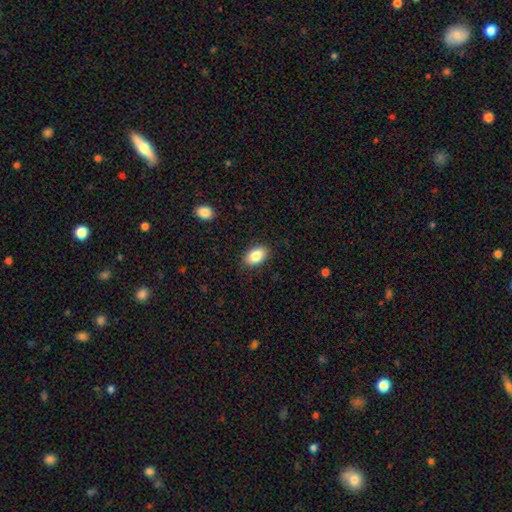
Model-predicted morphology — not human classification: A smooth galaxy with no disk features (85%) that is in between round and cigar-shaped (90%). Merging: none (88%).